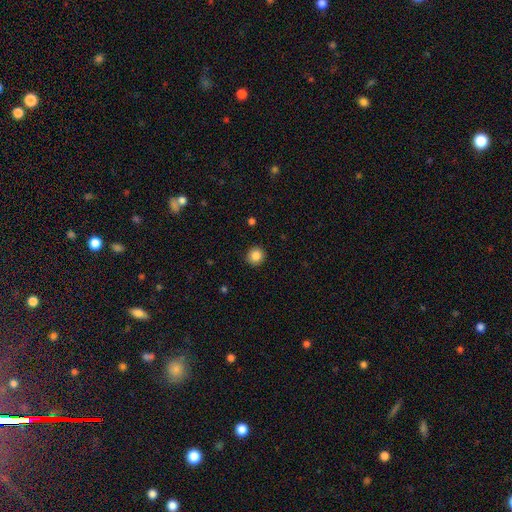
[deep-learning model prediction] smooth-or-featured: smooth: 85% | star or artifact: 10% | featured or disk: 5%
  how-rounded: round: 92% | in between: 7% | cigar-shaped: 1%
  merging: none: 91% | minor disturbance: 6% | major disturbance: 2% | merger: 1%